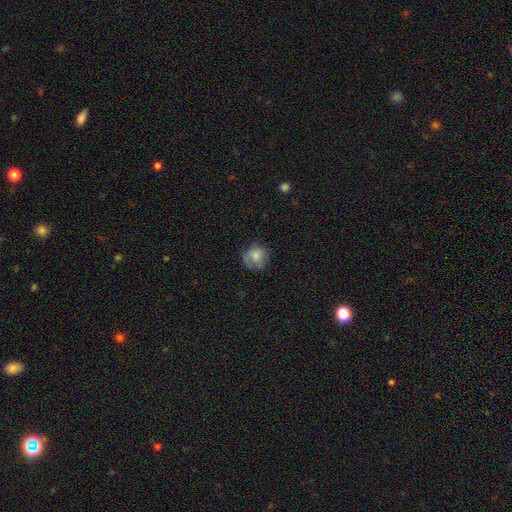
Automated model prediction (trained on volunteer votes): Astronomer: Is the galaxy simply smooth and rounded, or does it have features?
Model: smooth — 72%.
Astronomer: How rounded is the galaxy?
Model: round — 82%.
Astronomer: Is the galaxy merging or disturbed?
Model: none — 64%.